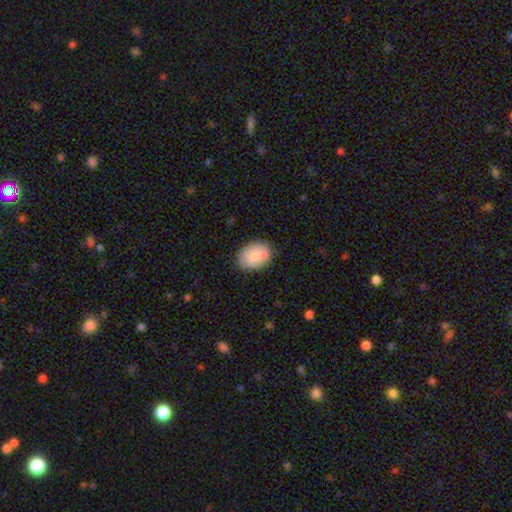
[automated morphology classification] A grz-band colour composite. It shows a smooth galaxy with no disk features (77%) that is in between round and cigar-shaped (73%). Merging: none (66%).